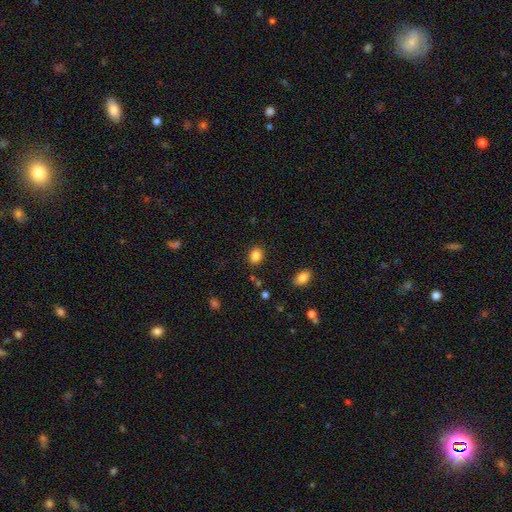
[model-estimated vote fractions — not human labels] Smooth or featured? Predicted: smooth (p=0.85). How rounded? Predicted: in between (p=0.65). Merging? Predicted: none (p=0.85).